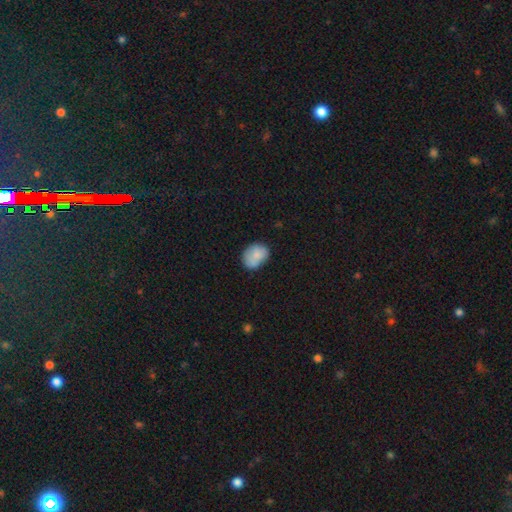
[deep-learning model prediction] Smooth or featured: smooth — 77% (featured or disk — 16%)
How rounded: in between — 63% (round — 36%)
Merging: none — 60% (minor disturbance — 26%)